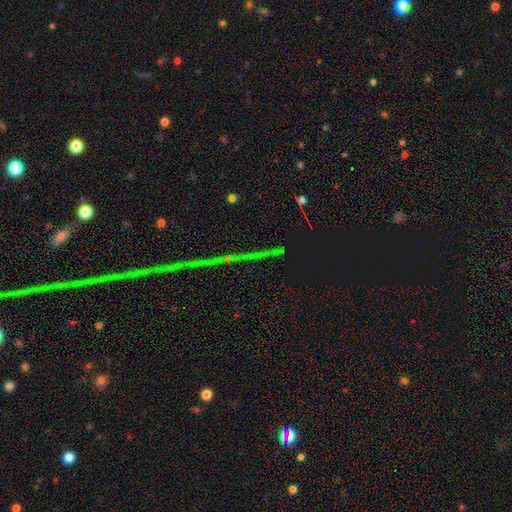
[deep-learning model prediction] Smooth or featured? star or artifact (85%)